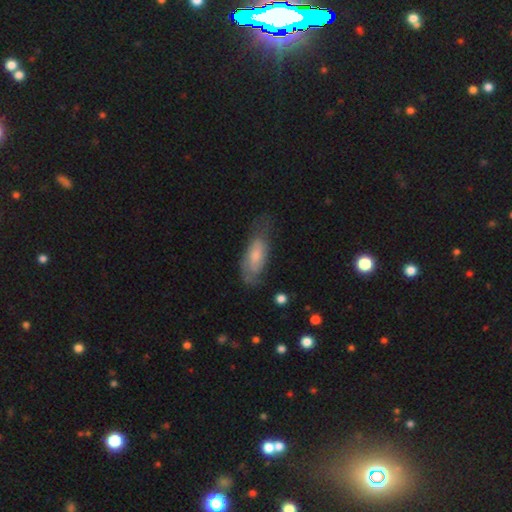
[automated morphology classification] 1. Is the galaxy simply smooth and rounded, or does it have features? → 55% smooth, 39% featured or disk, 6% star or artifact.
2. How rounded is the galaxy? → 74% in between, 24% cigar-shaped, 2% round.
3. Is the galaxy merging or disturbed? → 51% none, 31% minor disturbance, 17% major disturbance, 2% merger.